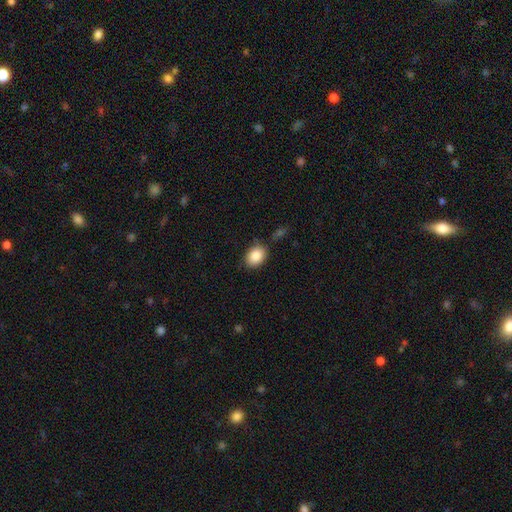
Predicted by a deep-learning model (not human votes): Smooth or featured: smooth — 86% (star or artifact — 8%)
How rounded: in between — 69% (round — 30%)
Merging: none — 77% (minor disturbance — 16%)